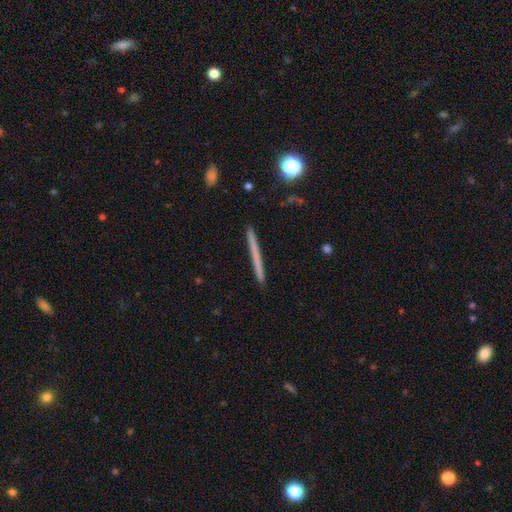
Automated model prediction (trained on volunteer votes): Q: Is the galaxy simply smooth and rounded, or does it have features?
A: smooth — 52%.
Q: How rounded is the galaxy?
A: cigar-shaped — 96%.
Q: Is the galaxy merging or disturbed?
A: none — 91%.